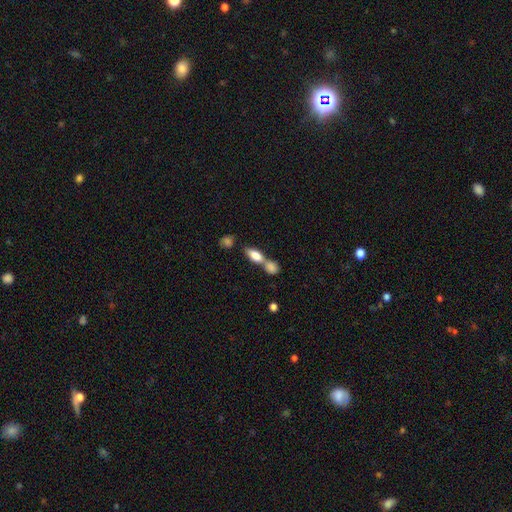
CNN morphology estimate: This is likely a smooth galaxy (75%). How rounded: likely in between (73%). Merging: possibly merger (53%).